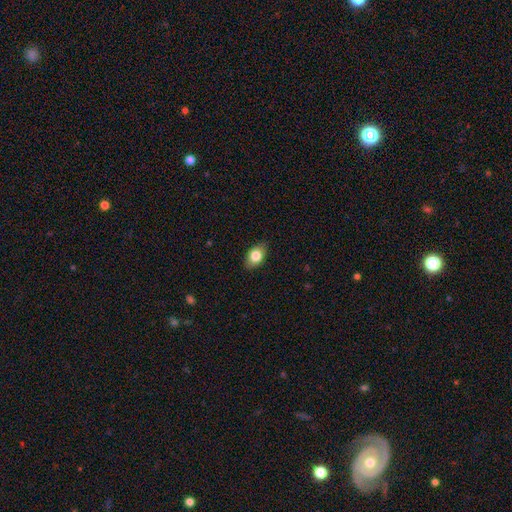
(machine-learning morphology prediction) Smooth or featured? smooth (81%)
How rounded? in between (83%)
Merging? none (85%)